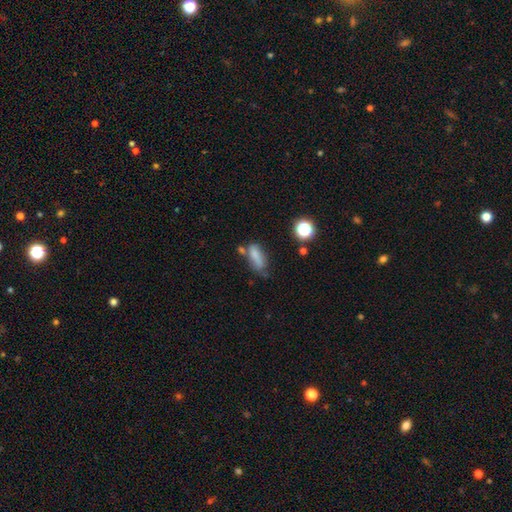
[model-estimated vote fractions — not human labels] Smooth or featured: smooth — 73% (featured or disk — 15%)
How rounded: in between — 66% (cigar-shaped — 30%)
Merging: none — 40% (minor disturbance — 30%)